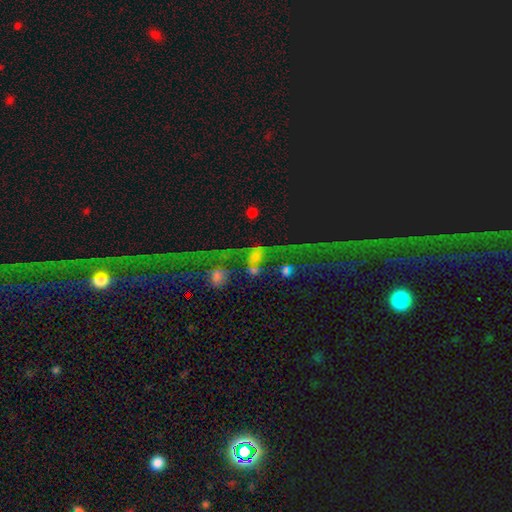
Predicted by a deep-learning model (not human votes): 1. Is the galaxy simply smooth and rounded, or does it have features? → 36% smooth, 35% featured or disk, 29% star or artifact.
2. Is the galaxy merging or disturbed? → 38% merger, 26% none, 24% major disturbance, 12% minor disturbance.